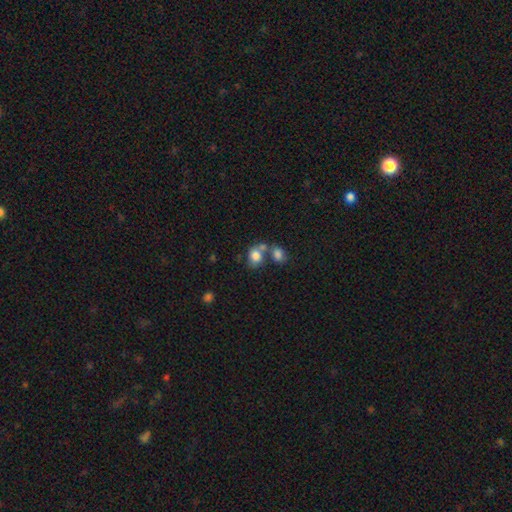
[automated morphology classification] This appears to be a smooth galaxy with no disk features (79%) that is round (54%). Merging: merger (45%).